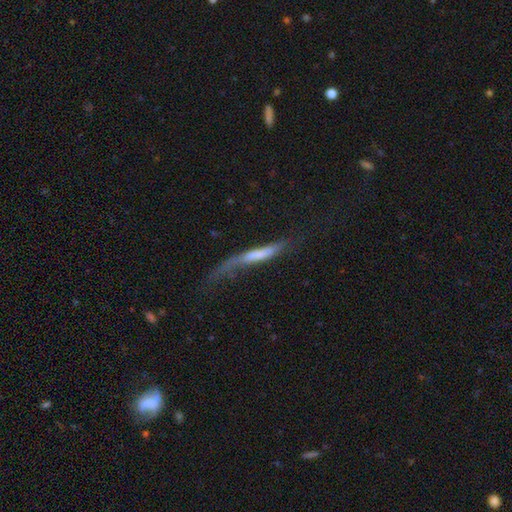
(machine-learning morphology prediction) Overall: featured or disk (47%; smooth 44%). Merging: none (36%; major disturbance 33%).